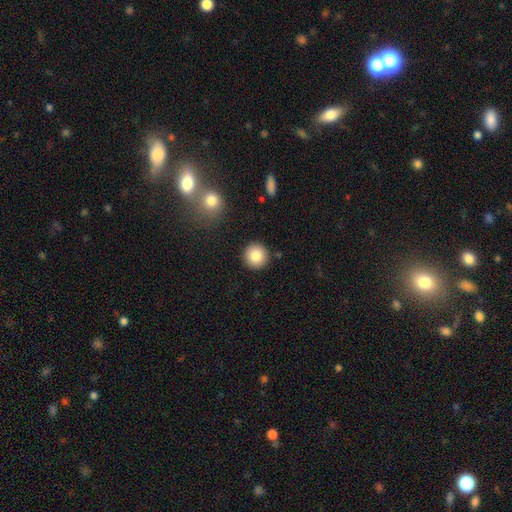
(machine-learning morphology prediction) Smooth or featured?
  - smooth: 84% *
  - star or artifact: 9%
  - featured or disk: 7%
How rounded?
  - round: 95% *
  - in between: 4%
  - cigar-shaped: 1%
Merging?
  - none: 90% *
  - minor disturbance: 6%
  - merger: 2%
  - major disturbance: 2%